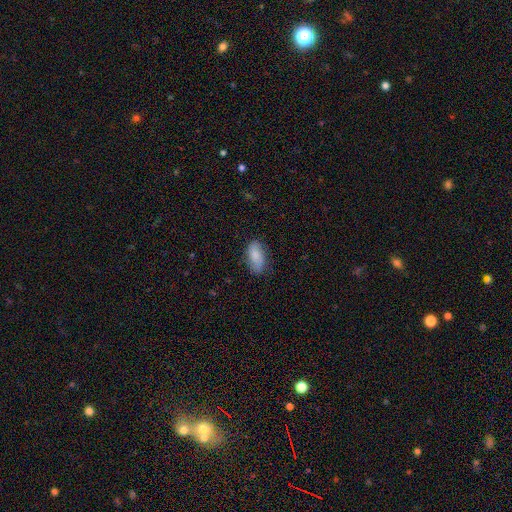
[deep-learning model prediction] This is clearly a smooth galaxy (80%). How rounded: clearly in between (92%). Merging: likely none (77%).